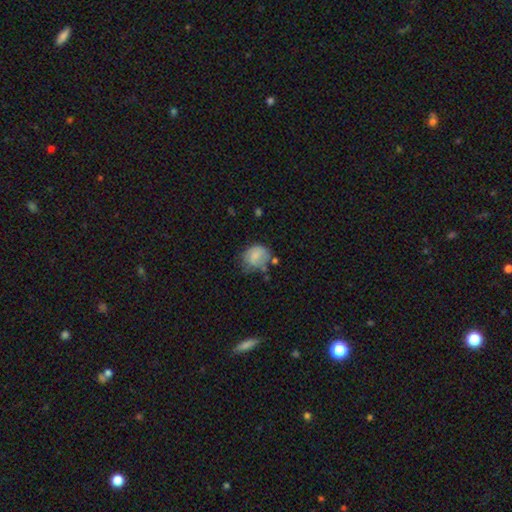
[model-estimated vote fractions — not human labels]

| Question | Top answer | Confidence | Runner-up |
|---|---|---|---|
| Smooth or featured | smooth | 71% | featured or disk (21%) |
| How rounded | round | 59% | in between (41%) |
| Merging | none | 49% | minor disturbance (32%) |